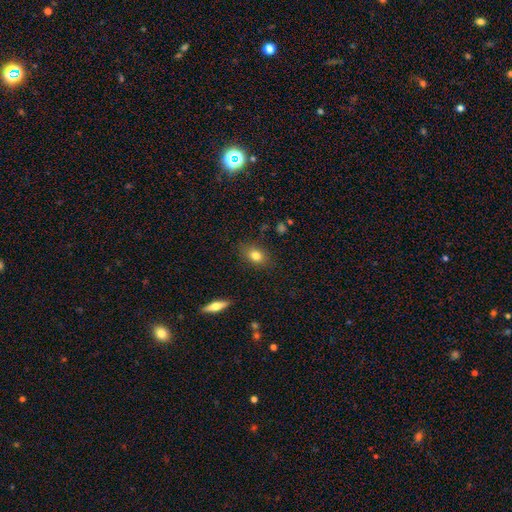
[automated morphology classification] Smooth or featured? smooth (80%)
How rounded? in between (68%)
Merging? none (82%)